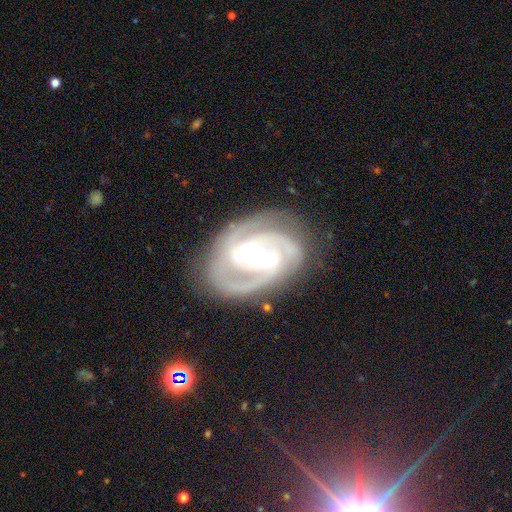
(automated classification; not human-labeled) Smooth or featured?
  - featured or disk: 91% *
  - smooth: 5%
  - star or artifact: 4%
Edge-on disk?
  - no: 97% *
  - yes: 3%
Bar?
  - strong: 50% *
  - weak: 37%
  - no: 13%
Spiral arms?
  - yes: 98% *
  - no: 2%
Spiral winding?
  - tight: 51% *
  - medium: 42%
  - loose: 7%
Spiral arm count?
  - 2: 51% *
  - 3: 33%
  - can't tell: 6%
  - 4: 4%
  - 1: 3%
  - more than 4: 3%
Bulge size?
  - moderate: 61% *
  - small: 23%
  - large: 13%
  - none: 2%
  - dominant: 1%
Merging?
  - none: 75% *
  - minor disturbance: 16%
  - major disturbance: 7%
  - merger: 2%